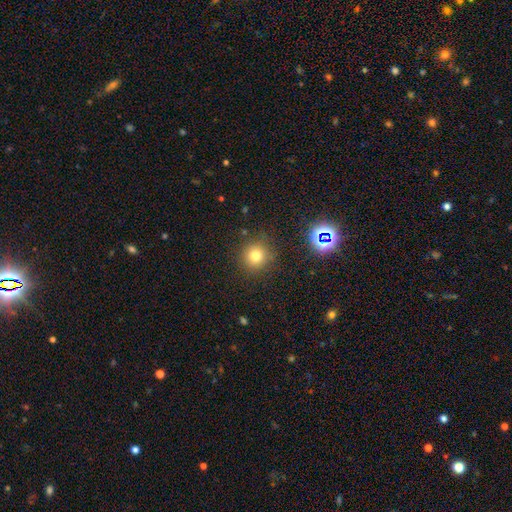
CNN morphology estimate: Overall: smooth (75%). How rounded: round (92%). Merging: none (87%).